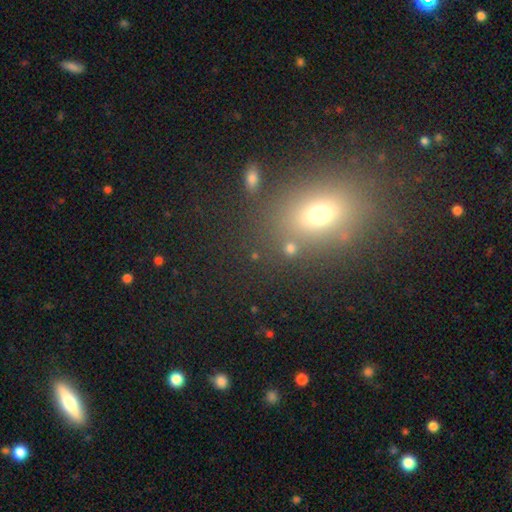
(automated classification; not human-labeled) This appears to be a smooth galaxy with no disk features (55%) that is round (57%). Merging: none (75%).